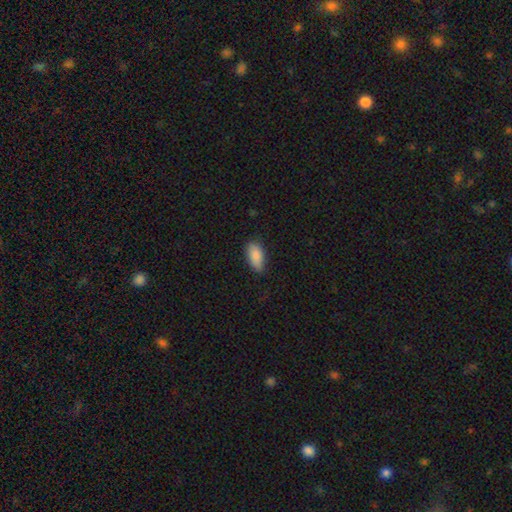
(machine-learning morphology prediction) A smooth galaxy with no disk features (88%) that is in between round and cigar-shaped (90%). Merging: none (76%).